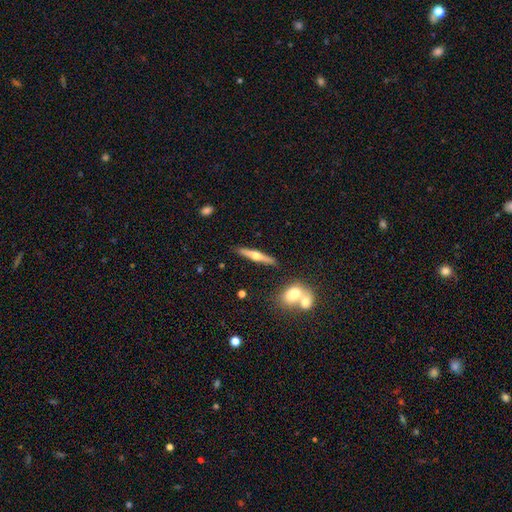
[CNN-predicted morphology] The model was most divided on "smooth or featured": featured or disk: 63%, smooth: 31%, star or artifact: 6%. More confident: edge-on disk — yes (96%); edge-on bulge — rounded (92%); merging — none (87%).